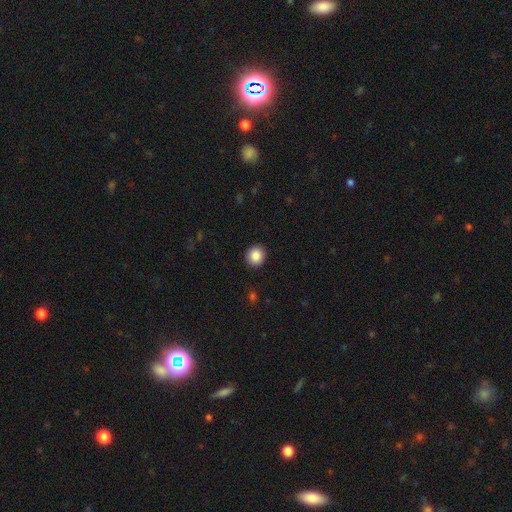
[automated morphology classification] Smooth or featured: smooth — 88% (star or artifact — 9%)
How rounded: round — 88% (in between — 11%)
Merging: none — 92% (minor disturbance — 5%)